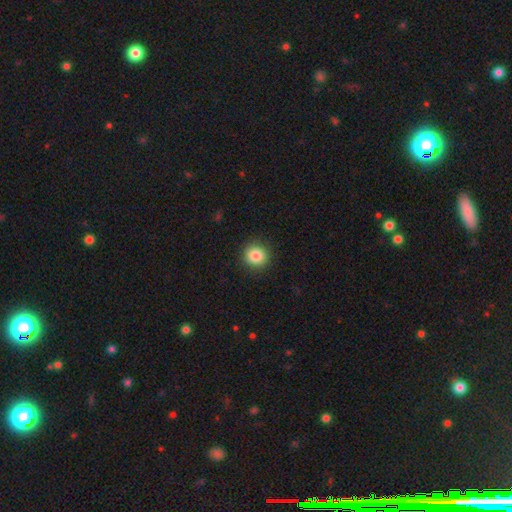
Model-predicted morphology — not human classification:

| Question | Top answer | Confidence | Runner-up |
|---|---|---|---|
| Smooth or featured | smooth | 85% | star or artifact (10%) |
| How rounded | round | 92% | in between (7%) |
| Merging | none | 91% | minor disturbance (6%) |